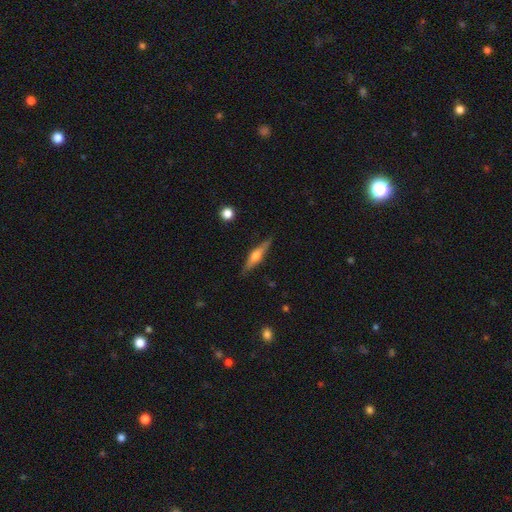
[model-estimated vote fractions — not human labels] smooth_or_featured: featured or disk (p=0.66) [alt: smooth p=0.28]
disk_edge_on: yes (p=0.96) [alt: no p=0.04]
edge_on_bulge: rounded (p=0.90) [alt: boxy p=0.06]
merging: none (p=0.87) [alt: minor disturbance p=0.09]